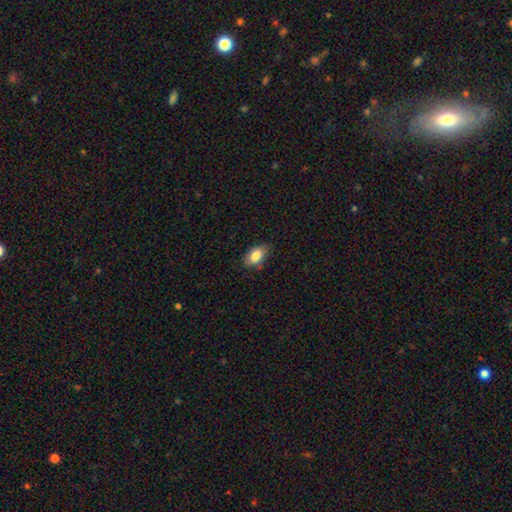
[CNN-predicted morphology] Smooth or featured?
  - smooth: 86% *
  - star or artifact: 7%
  - featured or disk: 7%
How rounded?
  - in between: 92% *
  - round: 6%
  - cigar-shaped: 3%
Merging?
  - none: 81% *
  - minor disturbance: 15%
  - major disturbance: 3%
  - merger: 1%